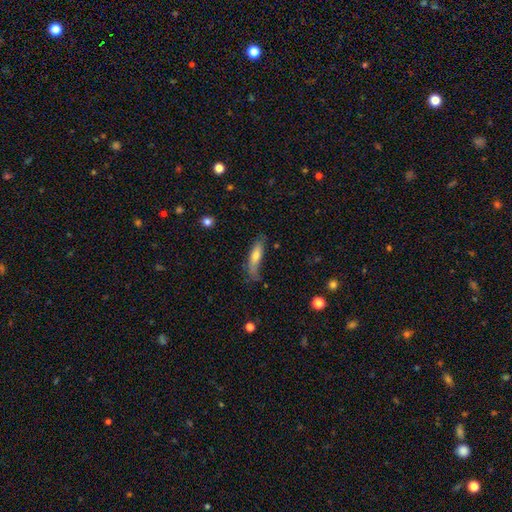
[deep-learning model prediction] smooth_or_featured: smooth (p=0.60) [alt: featured or disk p=0.31]
how_rounded: cigar-shaped (p=0.76) [alt: in between p=0.22]
merging: none (p=0.62) [alt: minor disturbance p=0.27]